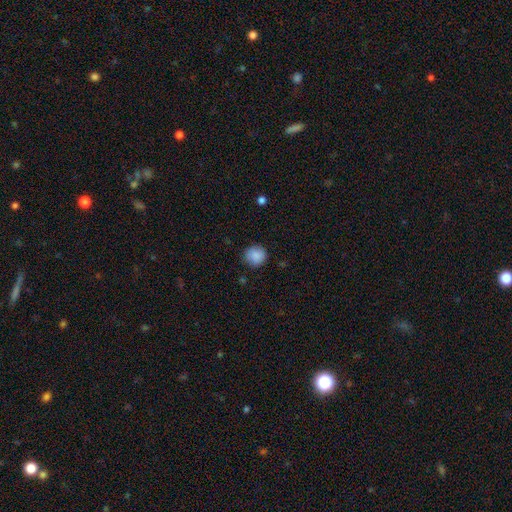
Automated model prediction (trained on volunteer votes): The model was most divided on "merging": none: 86%, minor disturbance: 10%, major disturbance: 2%, merger: 1%. More confident: how rounded — round (91%); smooth or featured — smooth (88%).